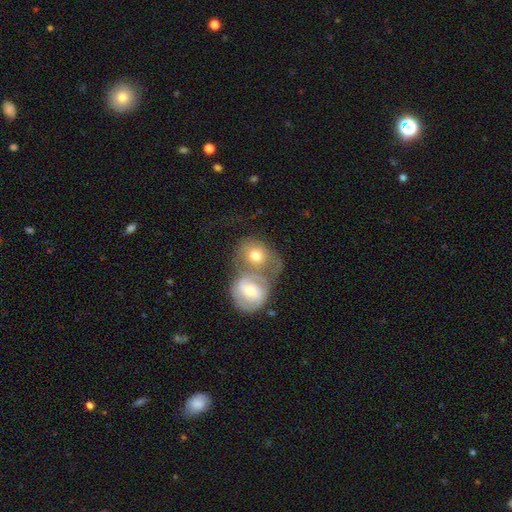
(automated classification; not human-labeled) smooth-or-featured: smooth: 48% | featured or disk: 46% | star or artifact: 6%
  merging: merger: 66% | none: 19% | minor disturbance: 8% | major disturbance: 6%